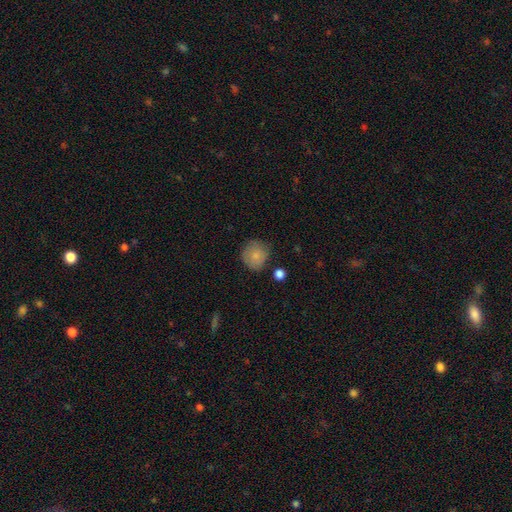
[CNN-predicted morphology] Smooth or featured? smooth (78%)
How rounded? round (86%)
Merging? none (72%)